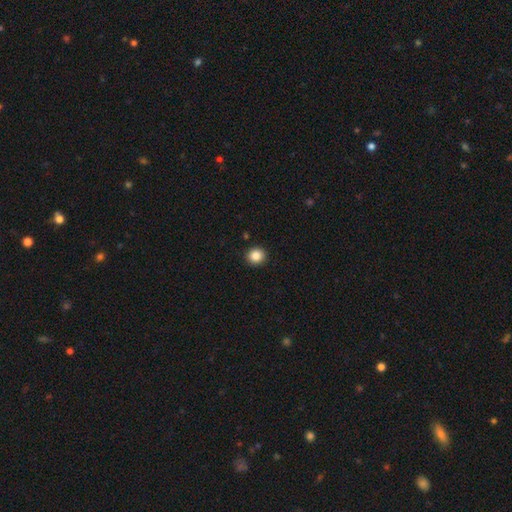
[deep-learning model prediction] Smooth or featured?
  - smooth: 86% *
  - star or artifact: 10%
  - featured or disk: 4%
How rounded?
  - round: 91% *
  - in between: 8%
  - cigar-shaped: 1%
Merging?
  - none: 93% *
  - minor disturbance: 5%
  - major disturbance: 2%
  - merger: 1%